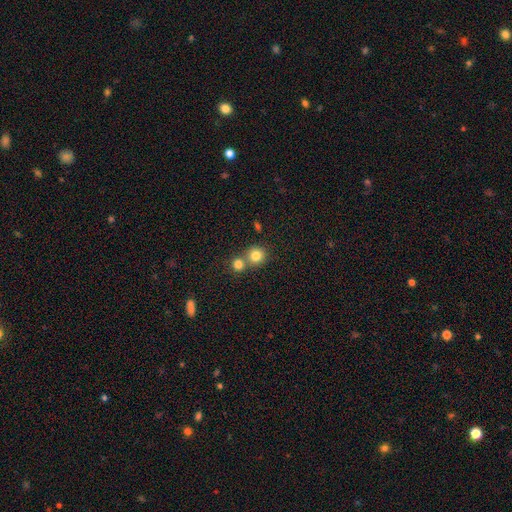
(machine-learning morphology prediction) A smooth galaxy with no disk features (81%) that is round (89%).

Vote fractions:
- Smooth or featured? smooth: 81% / star or artifact: 12% / featured or disk: 7%
- How rounded? round: 89% / in between: 10% / cigar-shaped: 1%
- Merging? none: 53% / merger: 39% / minor disturbance: 6% / major disturbance: 2%